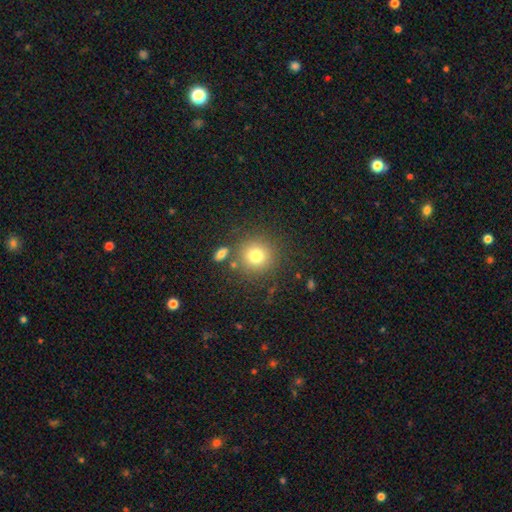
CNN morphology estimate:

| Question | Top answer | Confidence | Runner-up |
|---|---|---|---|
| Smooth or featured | smooth | 78% | star or artifact (13%) |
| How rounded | round | 92% | in between (7%) |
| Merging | none | 81% | minor disturbance (8%) |